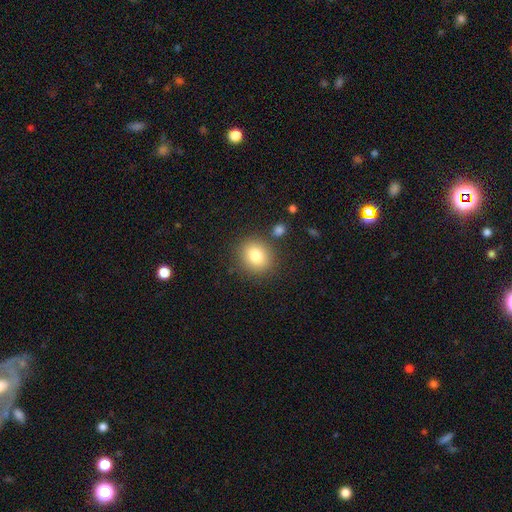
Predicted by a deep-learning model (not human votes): Morphology: type=smooth (82%); roundness=round (75%); merging=none (83%).